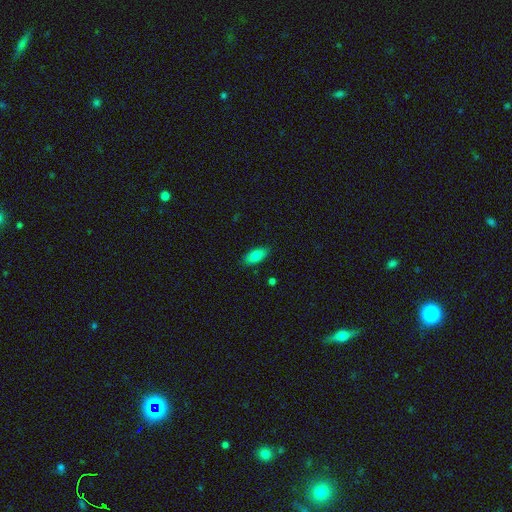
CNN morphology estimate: The model was most divided on "smooth or featured": smooth: 82%, featured or disk: 10%, star or artifact: 7%. More confident: merging — none (87%); how rounded — in between (85%).